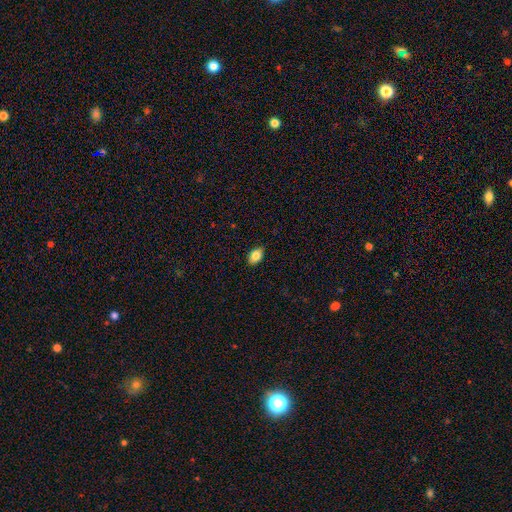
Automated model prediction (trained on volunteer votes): Smooth or featured? smooth (84%)
How rounded? in between (86%)
Merging? none (87%)